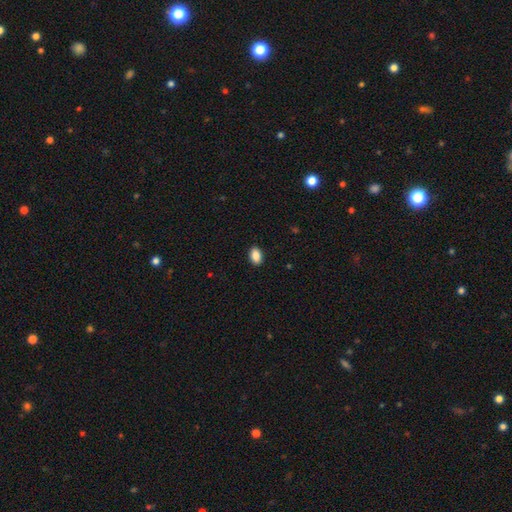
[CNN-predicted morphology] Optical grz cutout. It shows a smooth galaxy with no disk features (89%) that is in between round and cigar-shaped (88%). Merging: none (90%).